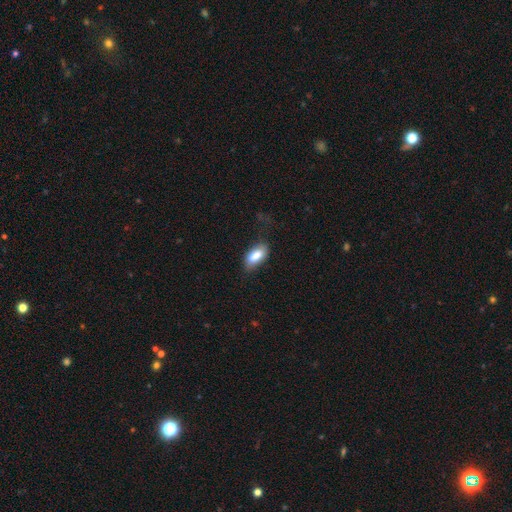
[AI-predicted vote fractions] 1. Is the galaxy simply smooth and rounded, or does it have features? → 83% smooth, 10% featured or disk, 7% star or artifact.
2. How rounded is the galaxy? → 88% in between, 9% cigar-shaped, 3% round.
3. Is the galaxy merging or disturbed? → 67% none, 24% minor disturbance, 8% major disturbance, 2% merger.